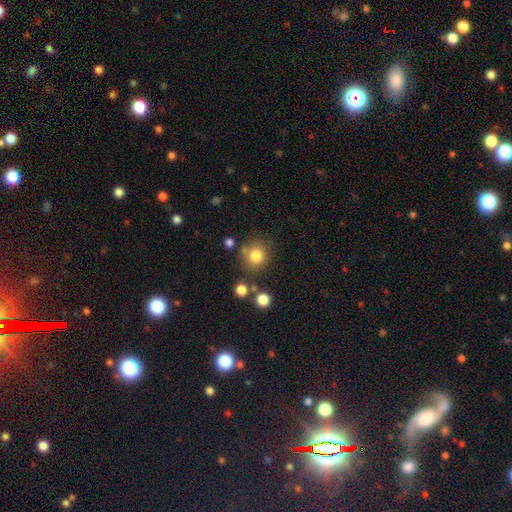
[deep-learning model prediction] The model was most divided on "merging": none: 72%, minor disturbance: 13%, merger: 10%, major disturbance: 5%. More confident: how rounded — round (84%); smooth or featured — smooth (80%).